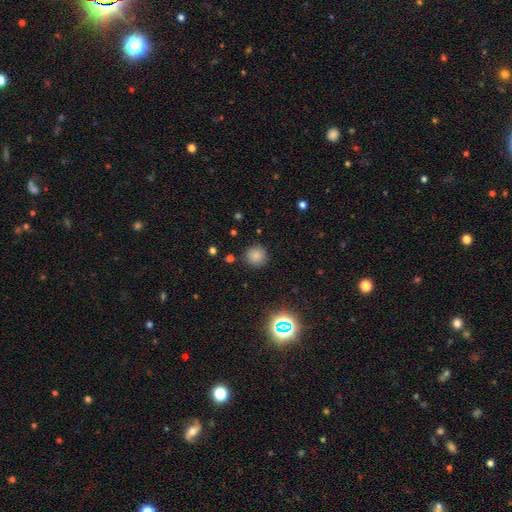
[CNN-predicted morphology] Q: Smooth or featured?
A: smooth (79%); runner-up: star or artifact (15%)
Q: How rounded?
A: round (94%); runner-up: in between (5%)
Q: Merging?
A: none (88%); runner-up: minor disturbance (7%)